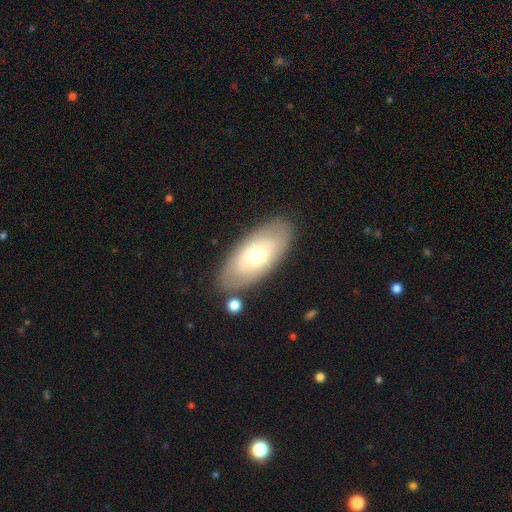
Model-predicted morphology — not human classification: Smooth or featured? smooth (54%)
How rounded? in between (90%)
Merging? none (80%)